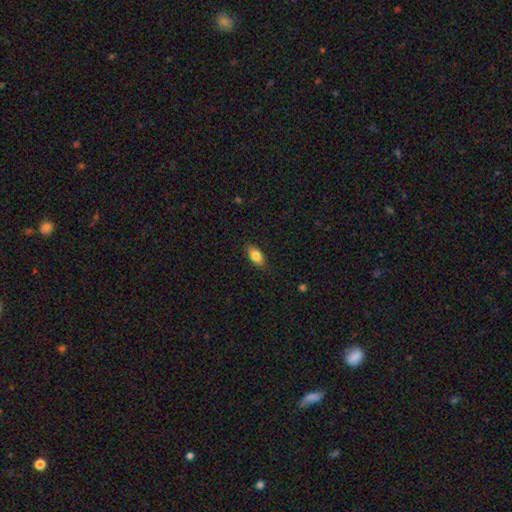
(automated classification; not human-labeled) Morphology: type=smooth (84%); roundness=in between (89%); merging=none (86%).